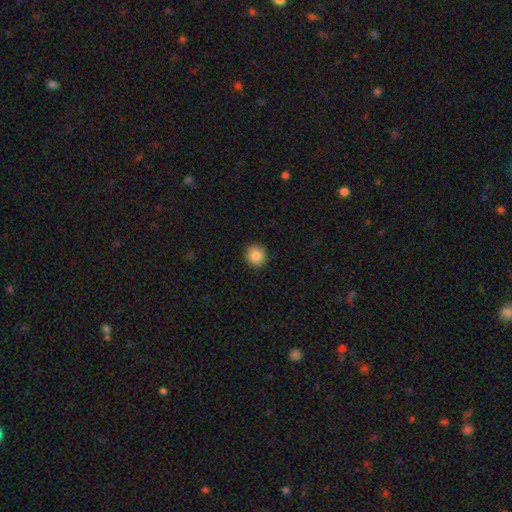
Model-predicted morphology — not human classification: Smooth or featured?
  - smooth: 87% *
  - star or artifact: 9%
  - featured or disk: 4%
How rounded?
  - round: 92% *
  - in between: 7%
  - cigar-shaped: 1%
Merging?
  - none: 92% *
  - minor disturbance: 6%
  - major disturbance: 2%
  - merger: 1%